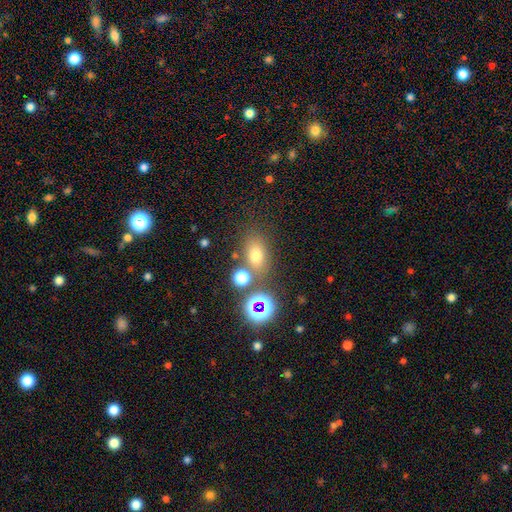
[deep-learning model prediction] Smooth or featured? smooth (65%)
How rounded? in between (65%)
Merging? none (69%)